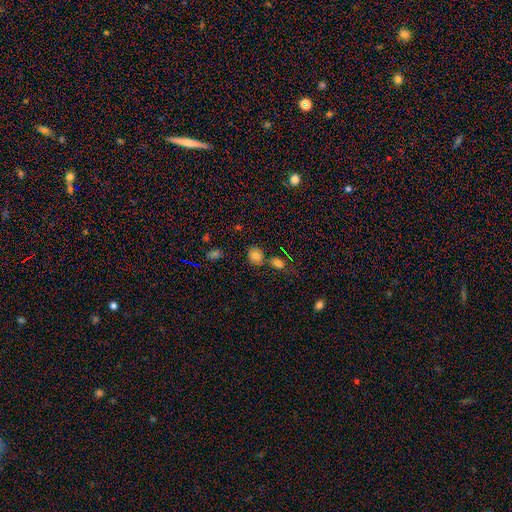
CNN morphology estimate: This is likely a smooth galaxy (75%). How rounded: likely round (62%). Merging: likely none (65%).